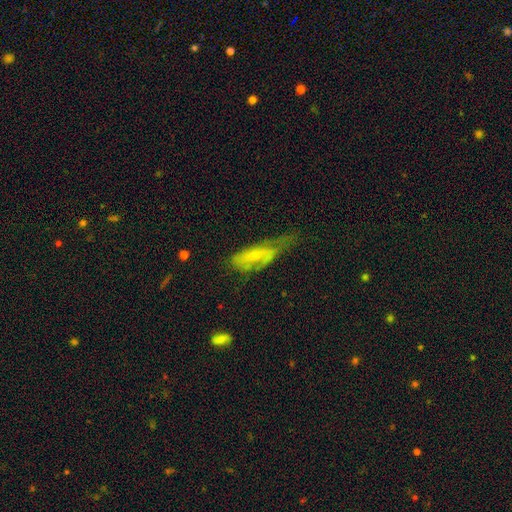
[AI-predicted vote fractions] Smooth or featured? Predicted: smooth (p=0.47). Merging? Predicted: major disturbance (p=0.36).